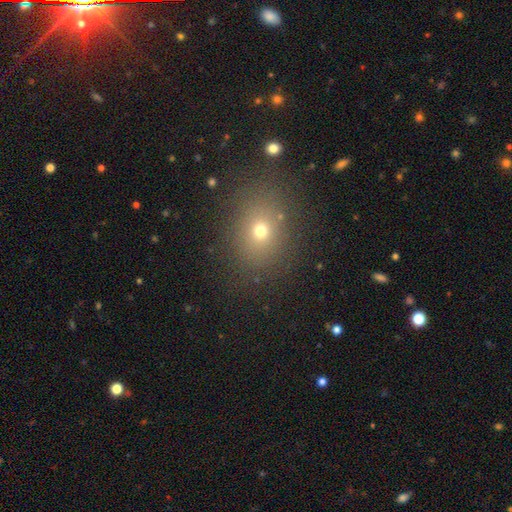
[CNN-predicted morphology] smooth 60%, star or artifact 29%, featured or disk 10%. Down the decision tree: how rounded — in between (52%); merging — none (88%).